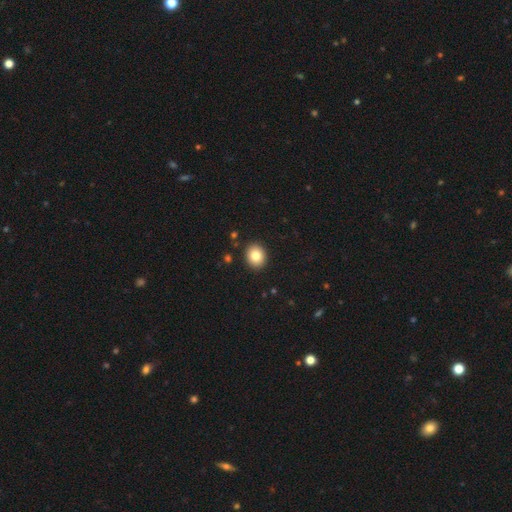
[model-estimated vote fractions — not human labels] Smooth or featured: smooth — 82% (star or artifact — 9%)
How rounded: round — 63% (in between — 36%)
Merging: none — 91% (minor disturbance — 6%)